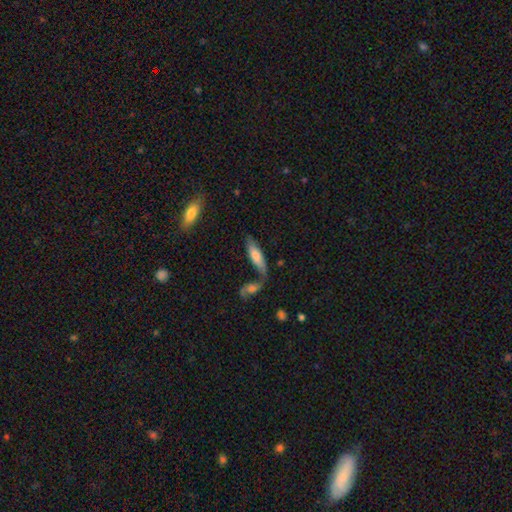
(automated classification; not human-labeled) Smooth or featured?
  - smooth: 67% *
  - featured or disk: 26%
  - star or artifact: 6%
How rounded?
  - in between: 49% * (tied)
  - cigar-shaped: 49% * (tied)
  - round: 2%
Merging?
  - none: 48% *
  - merger: 30%
  - minor disturbance: 15%
  - major disturbance: 7%